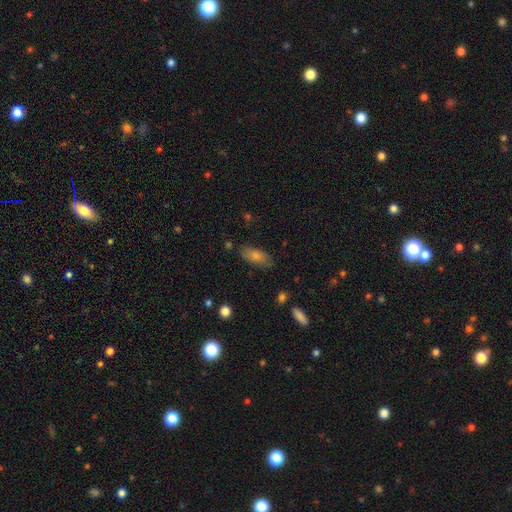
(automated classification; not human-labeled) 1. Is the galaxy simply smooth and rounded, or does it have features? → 69% smooth, 20% featured or disk, 11% star or artifact.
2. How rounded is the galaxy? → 80% in between, 16% cigar-shaped, 4% round.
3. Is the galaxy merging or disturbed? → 80% none, 15% minor disturbance, 3% major disturbance, 2% merger.